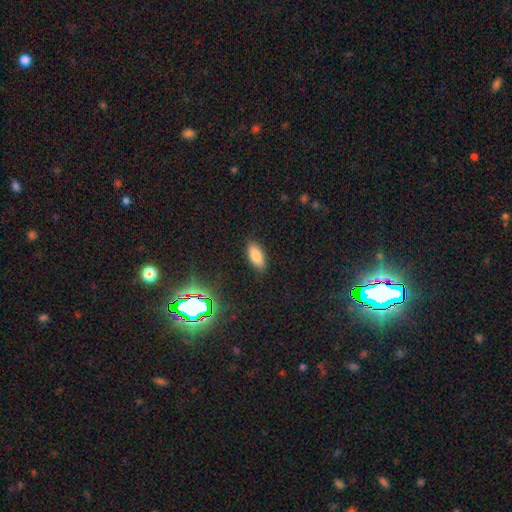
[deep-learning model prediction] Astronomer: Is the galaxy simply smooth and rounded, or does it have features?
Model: smooth — 81%.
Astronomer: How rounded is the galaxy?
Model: in between — 84%.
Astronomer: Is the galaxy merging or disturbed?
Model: none — 87%.